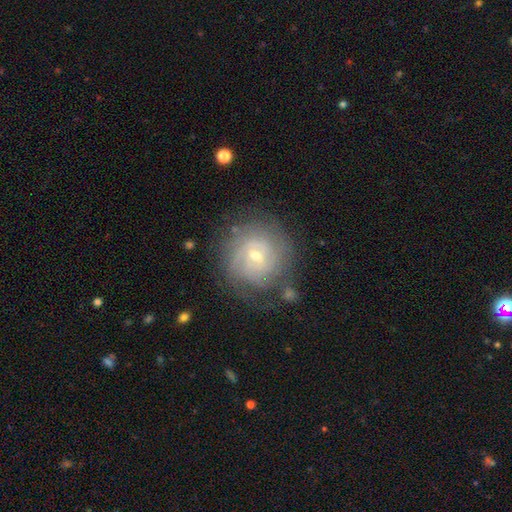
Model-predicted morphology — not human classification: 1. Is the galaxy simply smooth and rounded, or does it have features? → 76% featured or disk, 17% smooth, 7% star or artifact.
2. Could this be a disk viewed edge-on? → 97% no, 3% yes.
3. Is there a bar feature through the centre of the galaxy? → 51% weak, 38% no, 11% strong.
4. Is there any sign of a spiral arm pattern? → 89% yes, 11% no.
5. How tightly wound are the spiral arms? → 72% tight, 22% medium, 7% loose.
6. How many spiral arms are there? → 46% can't tell, 21% 2, 15% 3, 9% 4, 5% 1, 5% more than 4.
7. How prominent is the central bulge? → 54% small, 42% moderate, 2% large, 1% none, 1% dominant.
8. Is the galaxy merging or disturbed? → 73% none, 16% minor disturbance, 8% major disturbance, 3% merger.